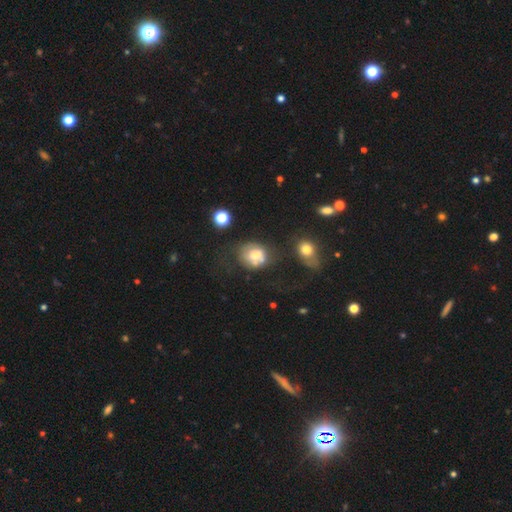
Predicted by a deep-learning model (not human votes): Smooth or featured?
  - smooth: 55% *
  - featured or disk: 33%
  - star or artifact: 12%
How rounded?
  - round: 60% *
  - in between: 39%
  - cigar-shaped: 1%
Merging?
  - none: 35% *
  - minor disturbance: 23%
  - major disturbance: 22%
  - merger: 21%